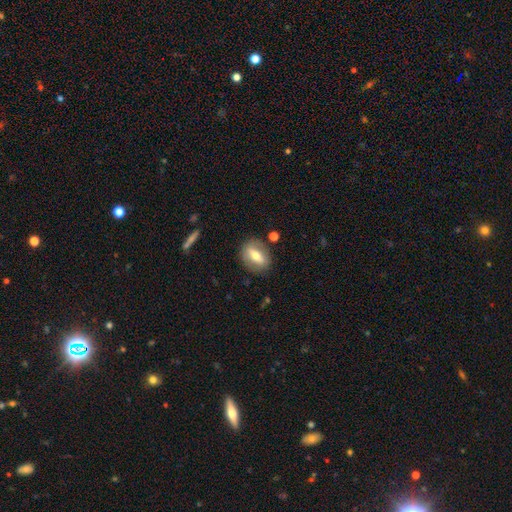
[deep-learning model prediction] Q: Smooth or featured?
A: smooth (49%); runner-up: featured or disk (43%)
Q: Merging?
A: none (82%); runner-up: minor disturbance (11%)